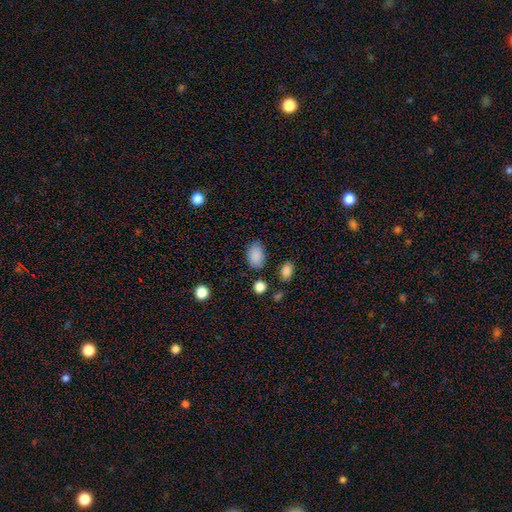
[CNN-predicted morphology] smooth_or_featured: smooth (p=0.87) [alt: star or artifact p=0.09]
how_rounded: in between (p=0.88) [alt: round p=0.11]
merging: none (p=0.81) [alt: minor disturbance p=0.13]